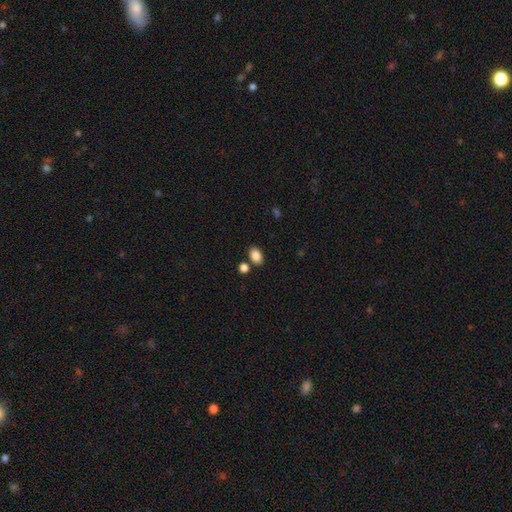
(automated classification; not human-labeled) A smooth galaxy with no disk features (86%) that is in between round and cigar-shaped (83%). Merging: none (78%).